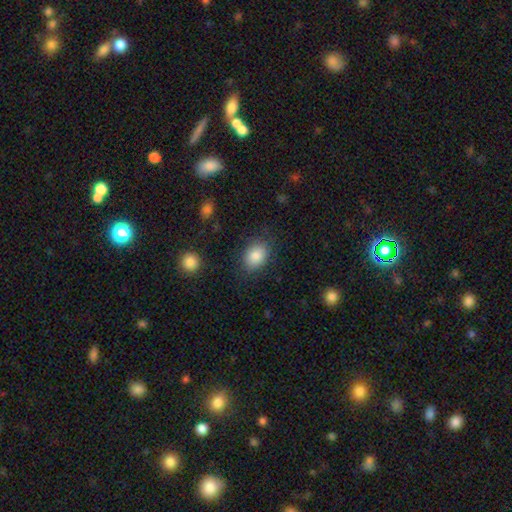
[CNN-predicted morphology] Overall: smooth (85%). How rounded: in between (67%; round 32%). Merging: none (80%).